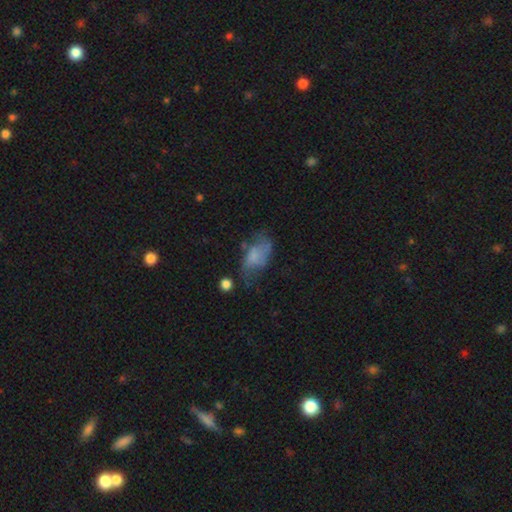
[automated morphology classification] Overall: smooth (53%; featured or disk 36%). How rounded: in between (89%). Merging: none (36%; major disturbance 30%).